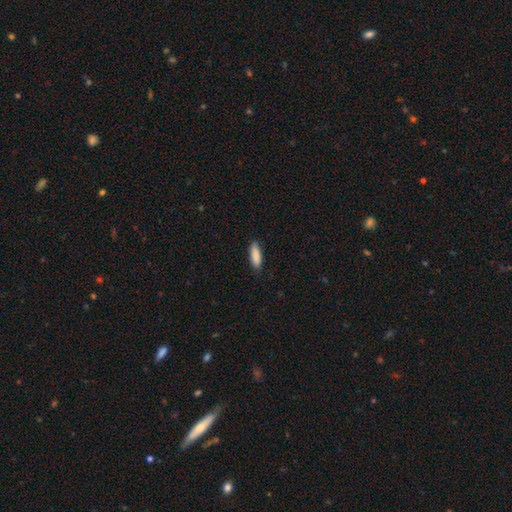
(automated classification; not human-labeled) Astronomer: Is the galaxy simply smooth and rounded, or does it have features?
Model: smooth — 88%.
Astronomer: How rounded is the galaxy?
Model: cigar-shaped — 52% (runner-up: in between, 47%).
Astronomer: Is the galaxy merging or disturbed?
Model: none — 87%.